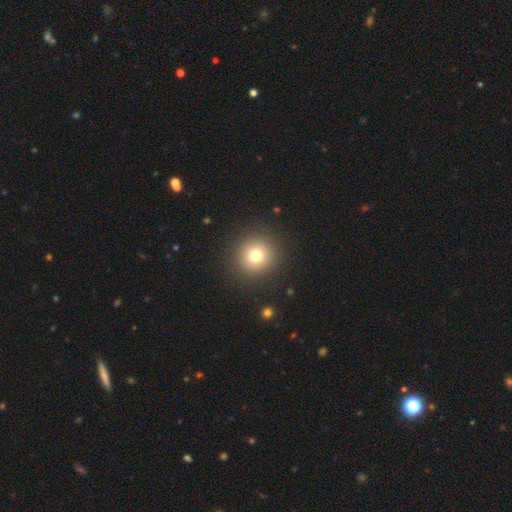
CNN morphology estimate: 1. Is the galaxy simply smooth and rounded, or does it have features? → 75% smooth, 14% star or artifact, 10% featured or disk.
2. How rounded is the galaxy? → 94% round, 5% in between, 1% cigar-shaped.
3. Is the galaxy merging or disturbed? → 90% none, 6% minor disturbance, 3% major disturbance, 1% merger.